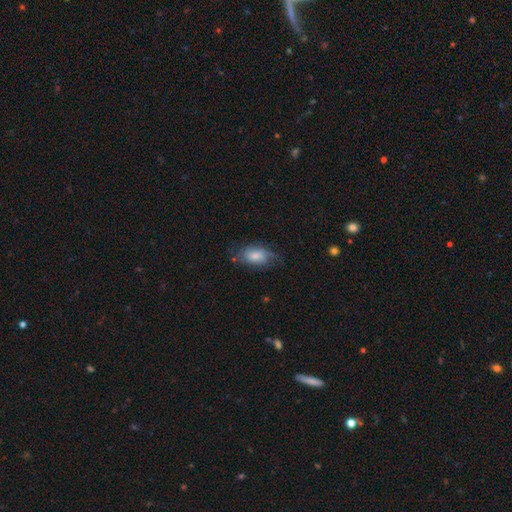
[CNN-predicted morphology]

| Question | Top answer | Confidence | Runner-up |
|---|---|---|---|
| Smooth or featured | smooth | 66% | featured or disk (26%) |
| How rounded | in between | 90% | round (6%) |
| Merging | none | 54% | minor disturbance (30%) |